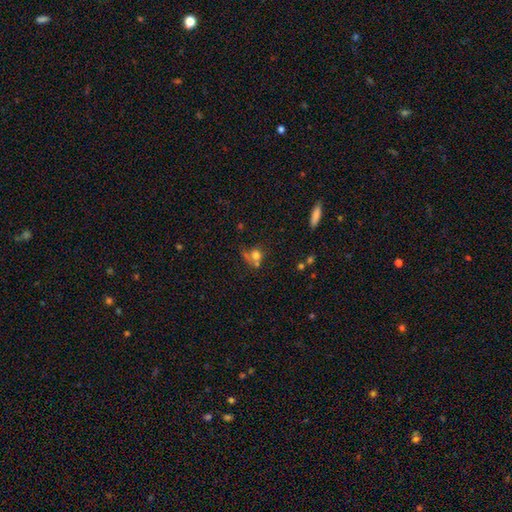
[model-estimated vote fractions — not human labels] smooth_or_featured: smooth (p=0.69) [alt: featured or disk p=0.16]
how_rounded: round (p=0.74) [alt: in between p=0.24]
merging: none (p=0.37) [alt: merger p=0.34]